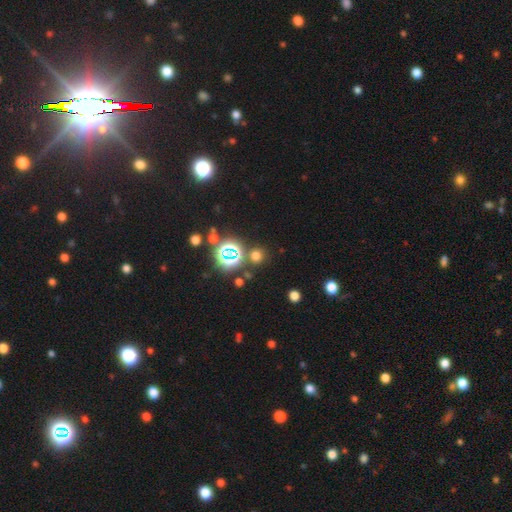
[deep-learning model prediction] Smooth or featured?
  - smooth: 59% *
  - star or artifact: 35%
  - featured or disk: 6%
How rounded?
  - round: 88% *
  - in between: 11%
  - cigar-shaped: 1%
Merging?
  - none: 81% *
  - minor disturbance: 8%
  - merger: 7%
  - major disturbance: 4%